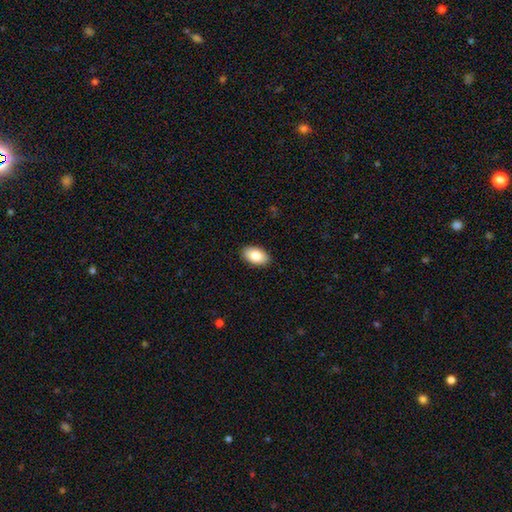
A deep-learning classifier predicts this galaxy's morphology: Smooth or featured: smooth — 83% (featured or disk — 10%)
How rounded: in between — 94% (round — 5%)
Merging: none — 89% (minor disturbance — 8%)